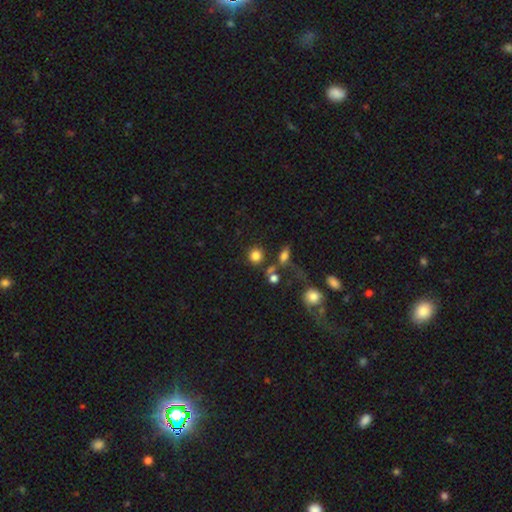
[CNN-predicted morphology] A smooth galaxy with no disk features (81%) that is round (89%).

Vote fractions:
- Smooth or featured? smooth: 81% / star or artifact: 12% / featured or disk: 7%
- How rounded? round: 89% / in between: 10% / cigar-shaped: 1%
- Merging? none: 72% / merger: 13% / minor disturbance: 9% / major disturbance: 6%